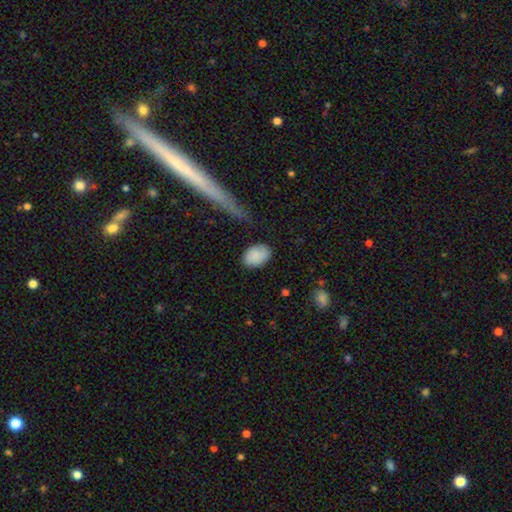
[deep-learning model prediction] smooth 83%, featured or disk 9%, star or artifact 7%. Down the decision tree: how rounded — in between (81%); merging — none (74%).